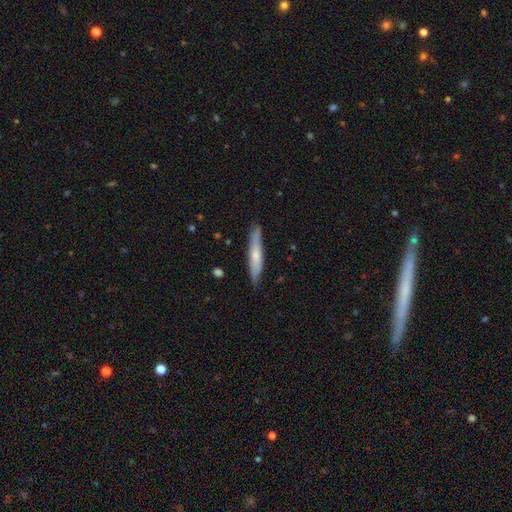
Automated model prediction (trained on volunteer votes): The model was most divided on "smooth or featured": smooth: 54%, featured or disk: 40%, star or artifact: 6%. More confident: how rounded — cigar-shaped (91%); merging — none (84%).